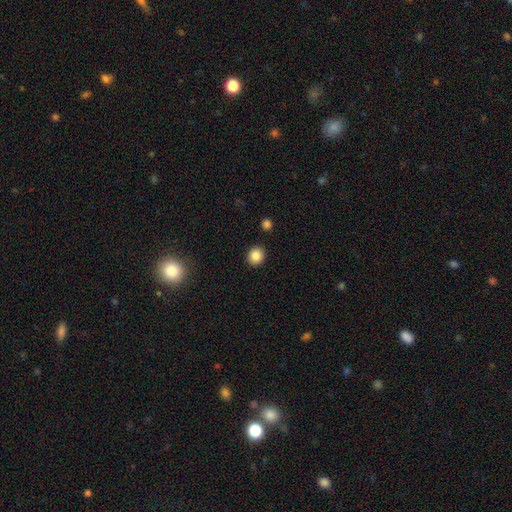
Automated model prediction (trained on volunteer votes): A smooth galaxy with no disk features (85%) that is round (82%). Merging: none (90%).